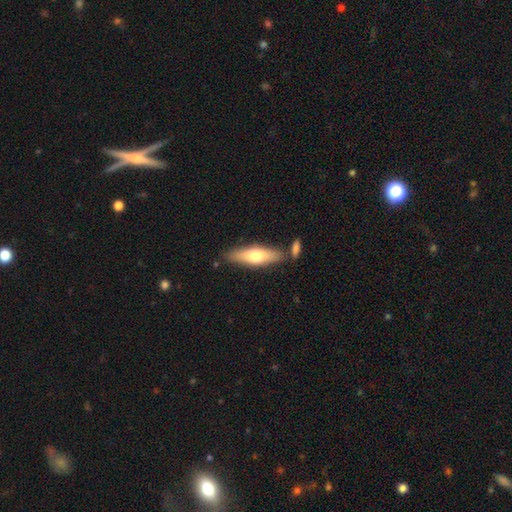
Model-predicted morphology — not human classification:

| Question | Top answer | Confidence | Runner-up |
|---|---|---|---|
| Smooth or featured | smooth | 59% | featured or disk (36%) |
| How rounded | cigar-shaped | 62% | in between (36%) |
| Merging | none | 77% | minor disturbance (11%) |